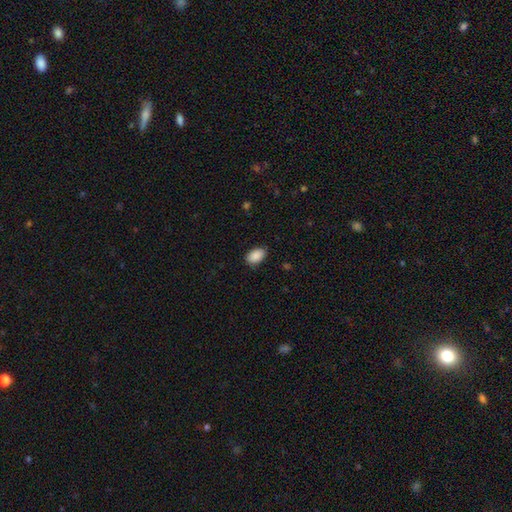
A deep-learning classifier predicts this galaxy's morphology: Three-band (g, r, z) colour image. It shows a smooth galaxy with no disk features (90%) that is in between round and cigar-shaped (91%). Merging: none (85%).